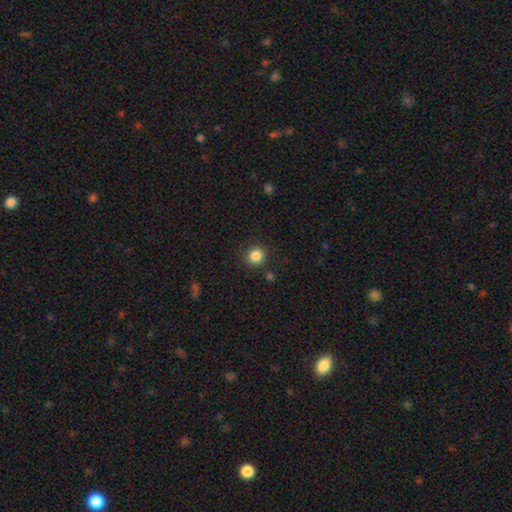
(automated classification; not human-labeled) Smooth or featured?
  - smooth: 85% *
  - star or artifact: 11%
  - featured or disk: 4%
How rounded?
  - round: 89% *
  - in between: 10%
  - cigar-shaped: 1%
Merging?
  - none: 87% *
  - minor disturbance: 8%
  - major disturbance: 3%
  - merger: 3%